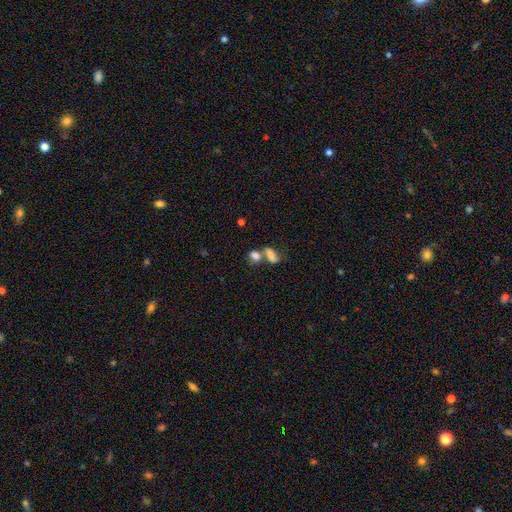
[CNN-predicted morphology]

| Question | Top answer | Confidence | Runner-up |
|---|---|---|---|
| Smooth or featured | smooth | 80% | featured or disk (10%) |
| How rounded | in between | 72% | round (22%) |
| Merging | merger | 56% | none (28%) |